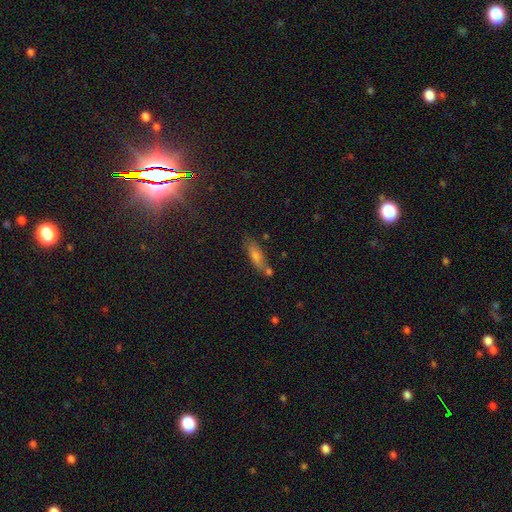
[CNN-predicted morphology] smooth 63%, featured or disk 22%, star or artifact 15%. Down the decision tree: how rounded — cigar-shaped (49%); merging — none (69%).